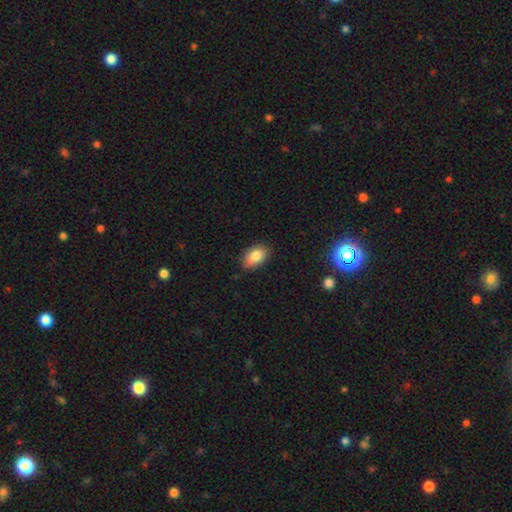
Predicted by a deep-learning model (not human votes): Morphology: type=smooth (83%); roundness=in between (88%); merging=none (82%).